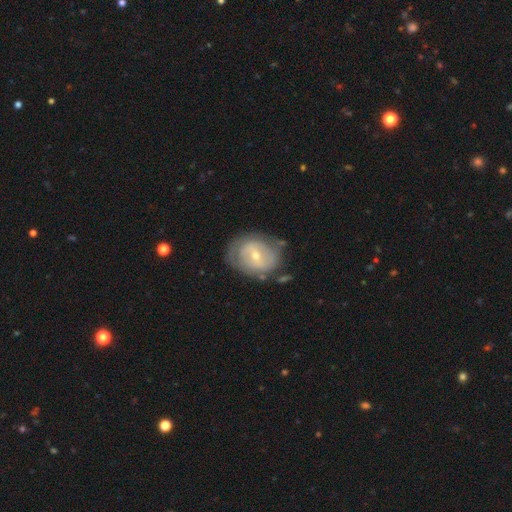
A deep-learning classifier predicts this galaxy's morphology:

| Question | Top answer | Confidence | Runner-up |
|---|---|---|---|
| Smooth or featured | featured or disk | 63% | smooth (31%) |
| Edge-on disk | no | 95% | yes (5%) |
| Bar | weak | 49% | no (32%) |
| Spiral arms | yes | 56% | no (44%) |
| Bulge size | small | 52% | moderate (44%) |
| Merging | none | 63% | minor disturbance (22%) |